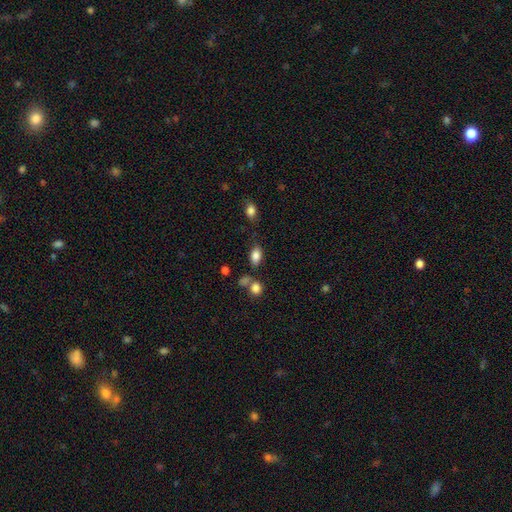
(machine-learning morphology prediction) Smooth or featured: smooth — 83% (star or artifact — 10%)
How rounded: in between — 87% (round — 10%)
Merging: none — 66% (minor disturbance — 16%)